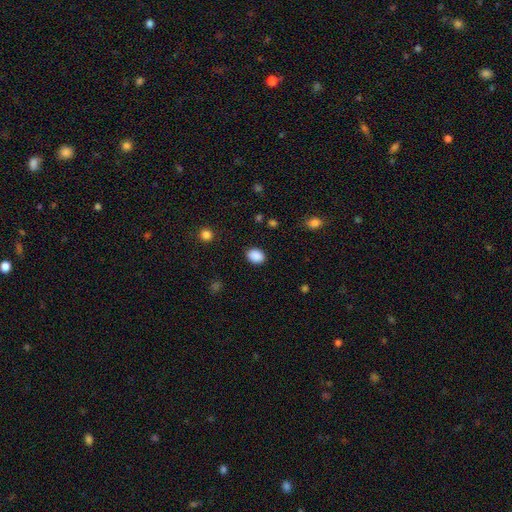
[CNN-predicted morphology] Q: Smooth or featured?
A: smooth (89%); runner-up: star or artifact (8%)
Q: How rounded?
A: in between (68%); runner-up: round (31%)
Q: Merging?
A: none (88%); runner-up: minor disturbance (8%)